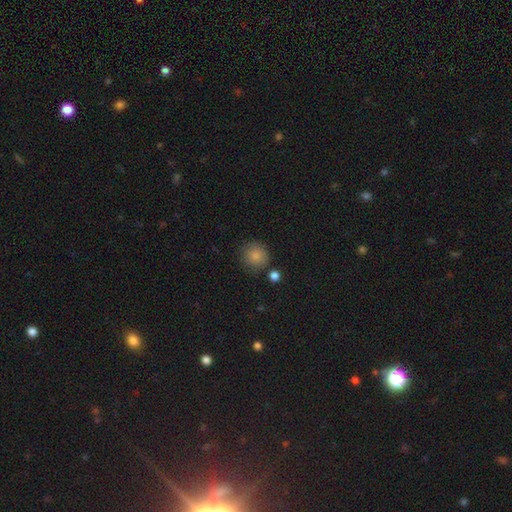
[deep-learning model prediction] Smooth or featured? smooth (85%)
How rounded? round (92%)
Merging? none (80%)